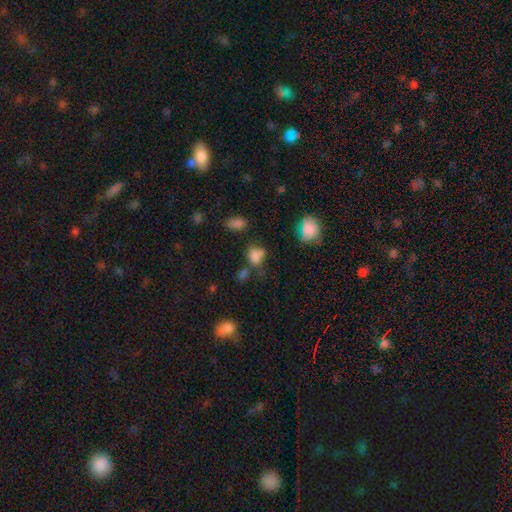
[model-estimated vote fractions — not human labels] smooth-or-featured: smooth: 70% | star or artifact: 19% | featured or disk: 11%
  how-rounded: in between: 58% | round: 40% | cigar-shaped: 2%
  merging: none: 39% | minor disturbance: 24% | major disturbance: 18% | merger: 18%